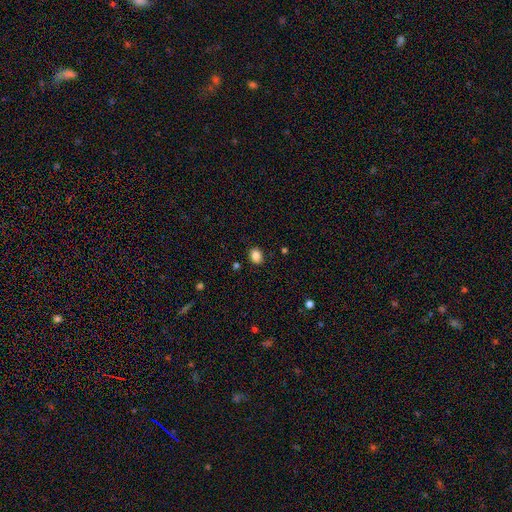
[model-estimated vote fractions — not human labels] smooth-or-featured: smooth: 86% | star or artifact: 9% | featured or disk: 4%
  how-rounded: in between: 59% | round: 40% | cigar-shaped: 1%
  merging: none: 88% | minor disturbance: 8% | major disturbance: 2% | merger: 1%